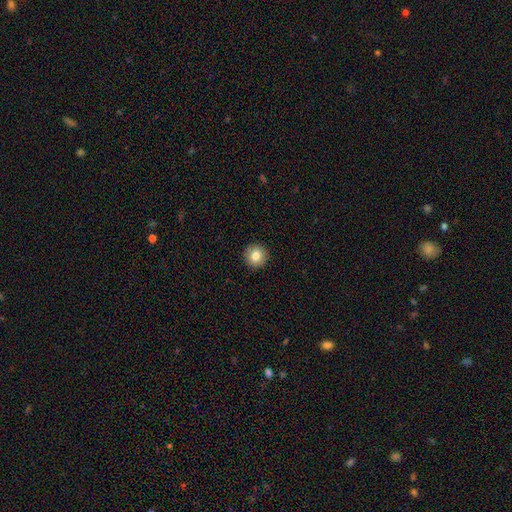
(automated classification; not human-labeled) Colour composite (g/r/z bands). It shows a smooth galaxy with no disk features (82%) that is round (95%). Merging: none (93%).